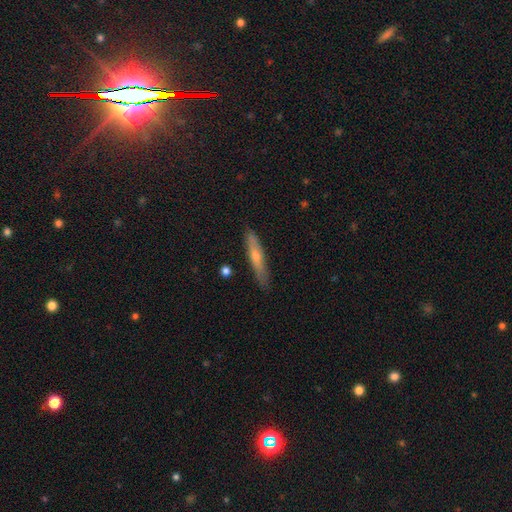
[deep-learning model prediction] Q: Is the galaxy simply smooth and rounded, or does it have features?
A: featured or disk — 47%.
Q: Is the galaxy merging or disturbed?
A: none — 85%.